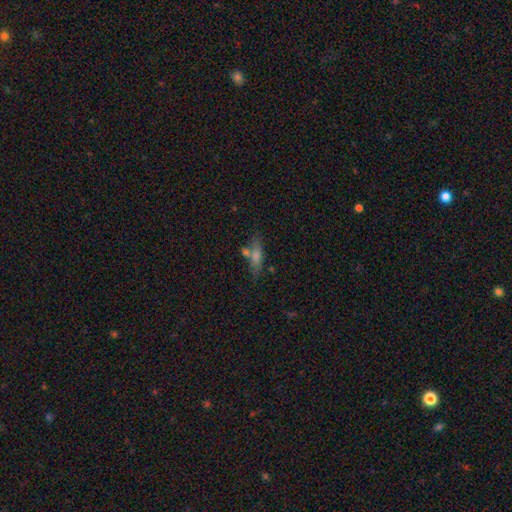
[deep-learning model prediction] This appears to be a smooth galaxy with no disk features (50%) that is cigar-shaped (68%). Merging: none (67%).